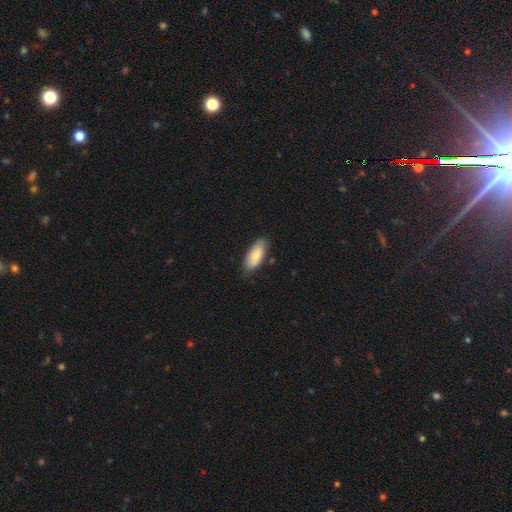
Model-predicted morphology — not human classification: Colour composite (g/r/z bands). It shows a smooth galaxy with no disk features (78%) that is in between round and cigar-shaped (82%). Merging: none (76%).